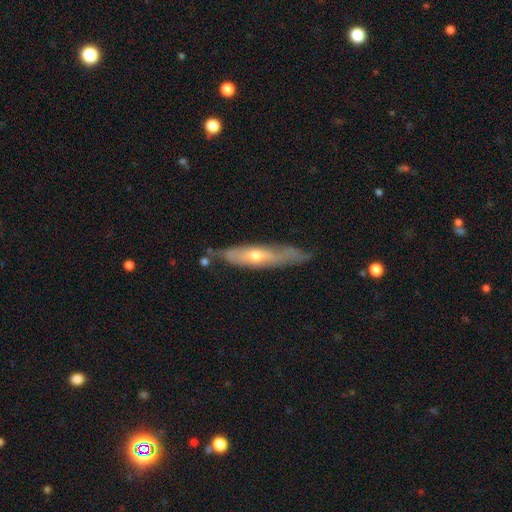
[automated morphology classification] This appears to be a featured or disk galaxy (57%) viewed edge-on (53%). Merging: none (59%).